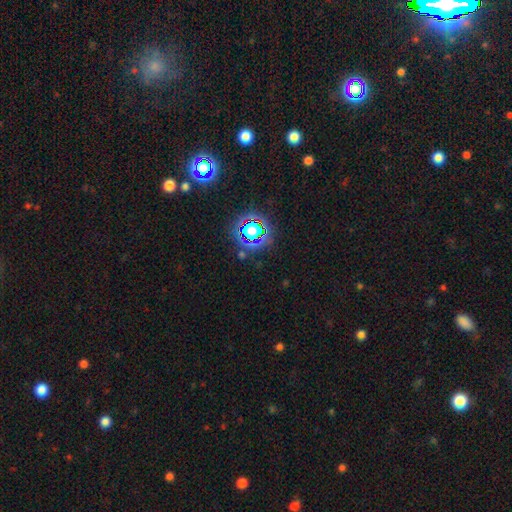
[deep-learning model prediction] Overall: star or artifact (78%).